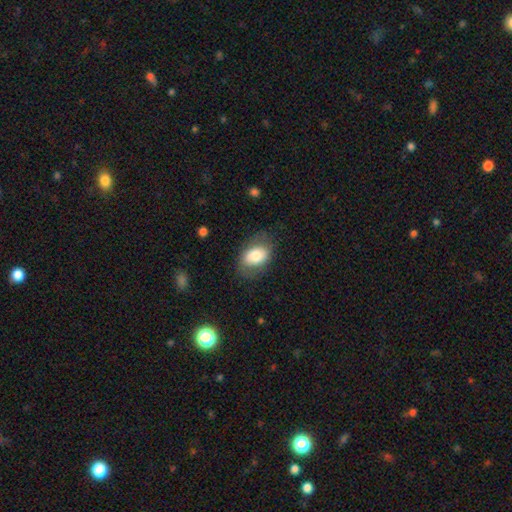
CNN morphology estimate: The model was most divided on "merging": none: 71%, minor disturbance: 19%, major disturbance: 9%, merger: 1%. More confident: how rounded — in between (82%); smooth or featured — smooth (75%).